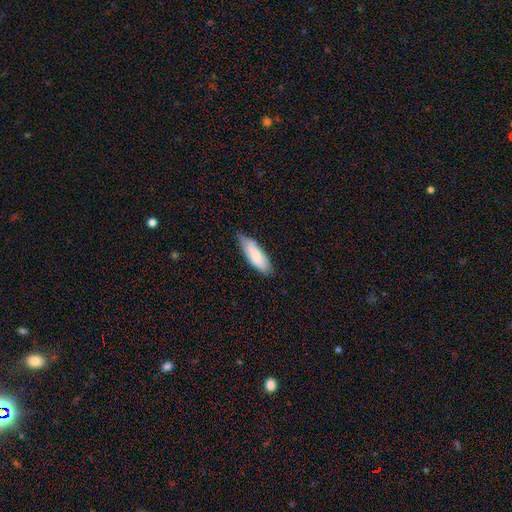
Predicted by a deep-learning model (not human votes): Q: Smooth or featured?
A: smooth (79%); runner-up: featured or disk (15%)
Q: How rounded?
A: in between (58%); runner-up: cigar-shaped (41%)
Q: Merging?
A: none (72%); runner-up: minor disturbance (24%)